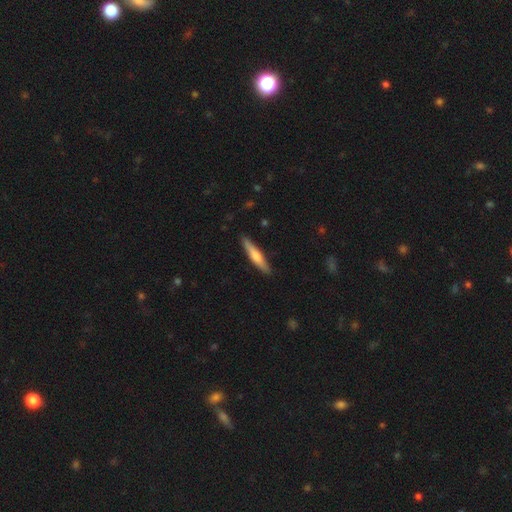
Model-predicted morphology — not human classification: Smooth or featured: smooth — 57% (featured or disk — 38%)
How rounded: cigar-shaped — 90% (in between — 9%)
Merging: none — 89% (minor disturbance — 8%)